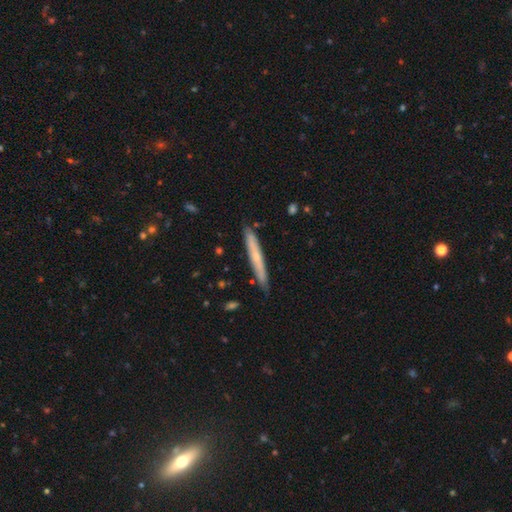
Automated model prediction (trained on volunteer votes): smooth-or-featured: featured or disk: 48% | smooth: 46% | star or artifact: 6%
  merging: none: 86% | minor disturbance: 11% | major disturbance: 2% | merger: 1%